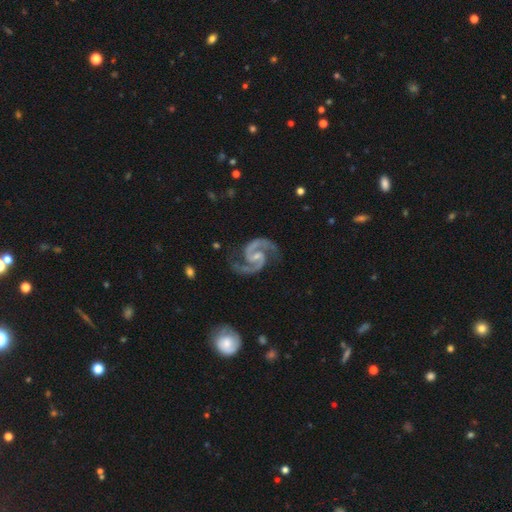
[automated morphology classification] smooth_or_featured: featured or disk (p=0.95) [alt: star or artifact p=0.03]
disk_edge_on: no (p=0.98) [alt: yes p=0.02]
bar: weak (p=0.51) [alt: no p=0.32]
has_spiral_arms: yes (p=0.99) [alt: no p=0.01]
spiral_winding: medium (p=0.70) [alt: loose p=0.15]
spiral_arm_count: 2 (p=0.95) [alt: 3 p=0.01]
bulge_size: small (p=0.59) [alt: moderate p=0.24]
merging: none (p=0.77) [alt: minor disturbance p=0.15]